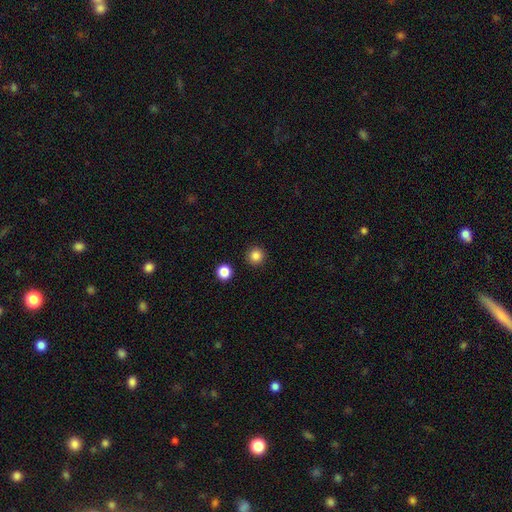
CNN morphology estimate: Smooth or featured? smooth (85%)
How rounded? round (96%)
Merging? none (92%)